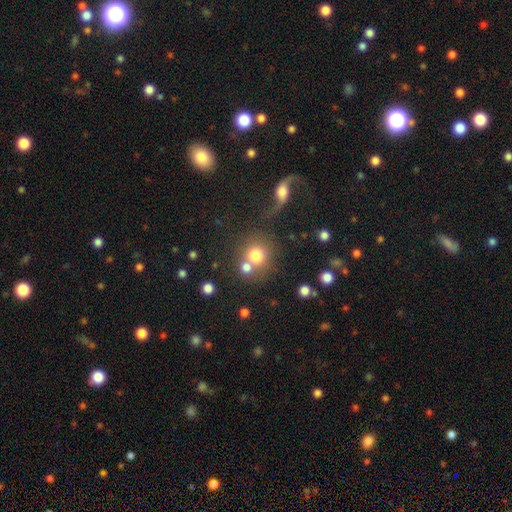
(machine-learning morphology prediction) type=smooth (74%); roundness=round (87%); merging=none (51%).